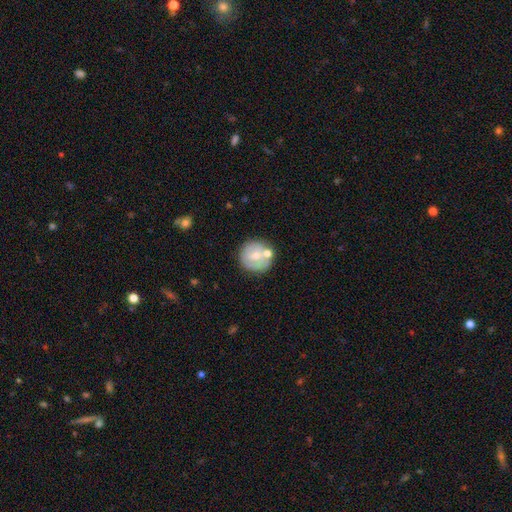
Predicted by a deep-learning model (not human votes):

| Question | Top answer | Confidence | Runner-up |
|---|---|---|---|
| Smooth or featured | smooth | 57% | featured or disk (36%) |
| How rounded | round | 92% | in between (7%) |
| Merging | none | 66% | minor disturbance (15%) |